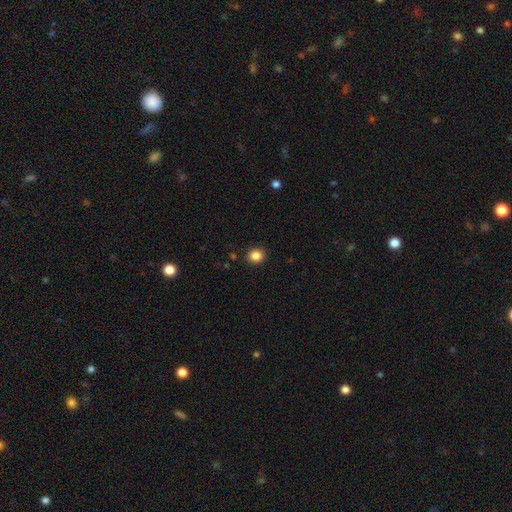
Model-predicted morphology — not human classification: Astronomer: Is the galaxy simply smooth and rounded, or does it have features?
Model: smooth — 86%.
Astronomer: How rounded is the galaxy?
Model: round — 73%.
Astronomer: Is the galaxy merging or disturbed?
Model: none — 90%.